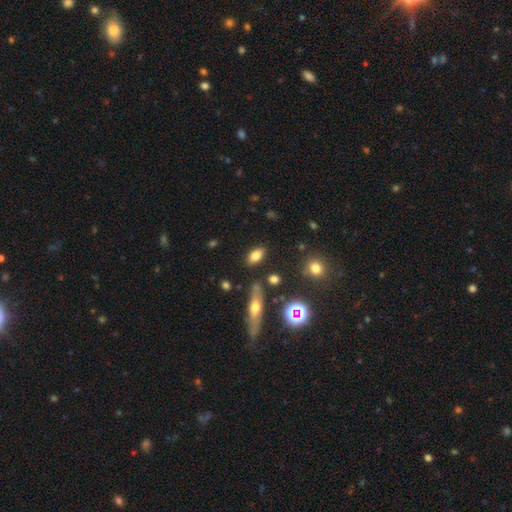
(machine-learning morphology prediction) Smooth or featured: smooth — 78% (star or artifact — 11%)
How rounded: in between — 86% (round — 9%)
Merging: none — 82% (minor disturbance — 10%)